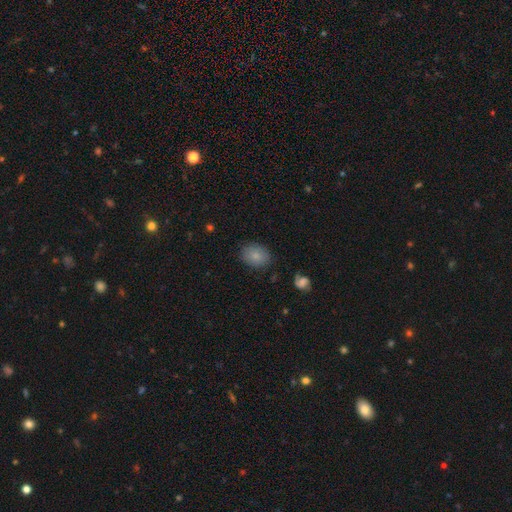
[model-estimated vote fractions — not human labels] Smooth or featured? smooth (83%)
How rounded? in between (59%)
Merging? none (82%)